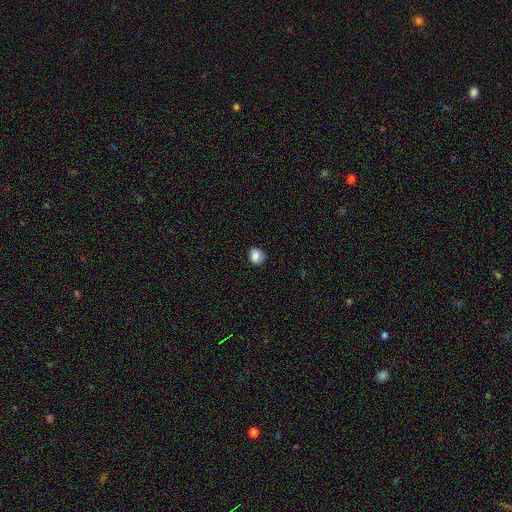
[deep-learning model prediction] The model was most divided on "how rounded": round: 74%, in between: 25%, cigar-shaped: 1%. More confident: smooth or featured — smooth (84%); merging — none (82%).